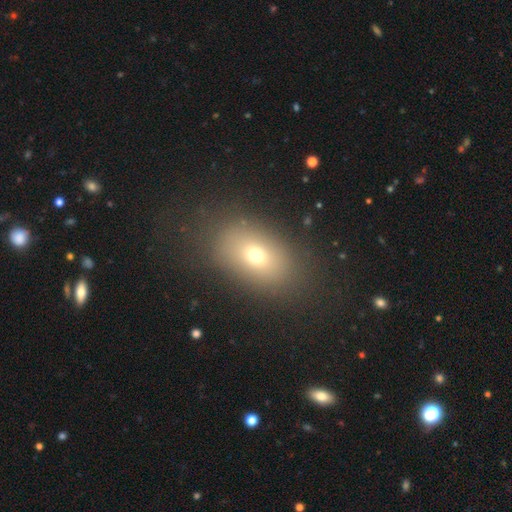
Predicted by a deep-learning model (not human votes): Smooth or featured?
  - smooth: 68% *
  - star or artifact: 16%
  - featured or disk: 16%
How rounded?
  - in between: 76% *
  - round: 22%
  - cigar-shaped: 2%
Merging?
  - none: 81% *
  - minor disturbance: 11%
  - major disturbance: 7%
  - merger: 2%